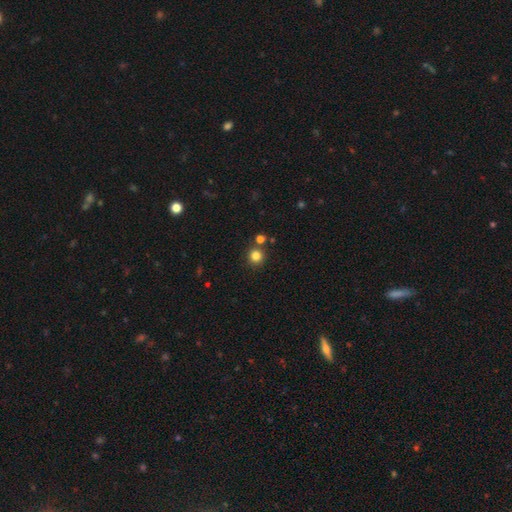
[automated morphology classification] smooth-or-featured: smooth: 82% | star or artifact: 13% | featured or disk: 5%
  how-rounded: round: 94% | in between: 5% | cigar-shaped: 1%
  merging: none: 82% | merger: 9% | minor disturbance: 7% | major disturbance: 2%